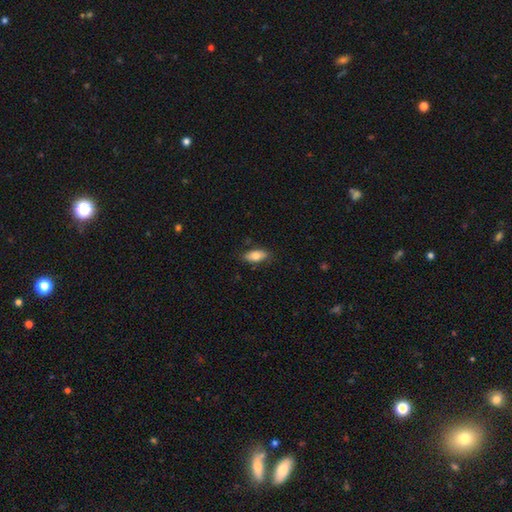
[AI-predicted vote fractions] The model was most divided on "smooth or featured": smooth: 77%, featured or disk: 16%, star or artifact: 7%. More confident: how rounded — in between (85%); merging — none (83%).